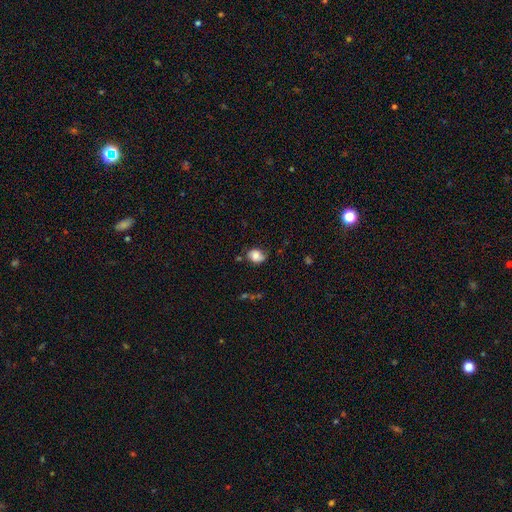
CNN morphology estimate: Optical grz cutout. It shows a smooth galaxy with no disk features (70%) that is in between round and cigar-shaped (57%). Merging: none (57%).